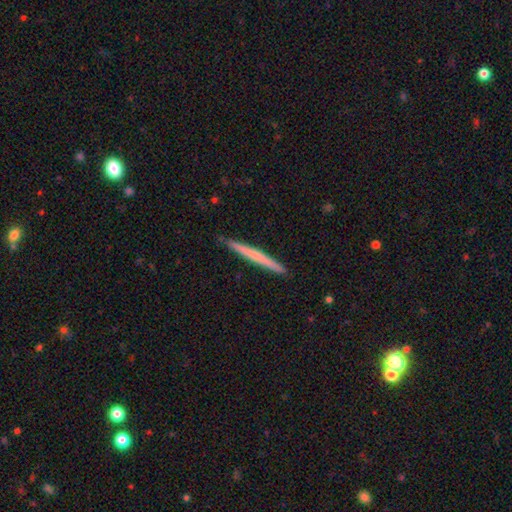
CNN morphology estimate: The model was most divided on "smooth or featured" (2-way tie): smooth: 47%, featured or disk: 47%, star or artifact: 6%. More confident: merging — none (91%).